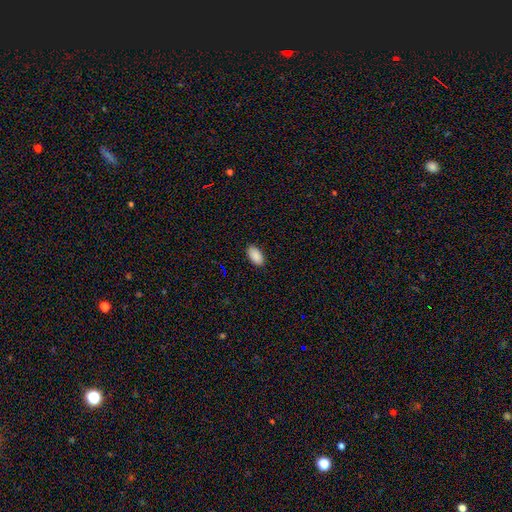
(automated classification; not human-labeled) Smooth or featured? smooth (89%)
How rounded? in between (95%)
Merging? none (88%)